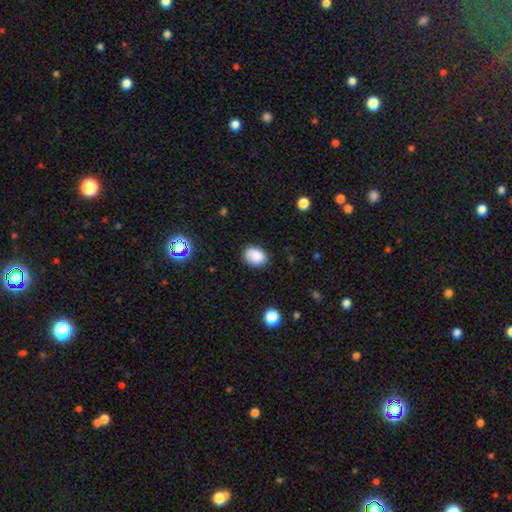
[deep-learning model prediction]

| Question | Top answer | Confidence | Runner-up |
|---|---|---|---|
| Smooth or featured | smooth | 87% | star or artifact (9%) |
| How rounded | in between | 68% | round (31%) |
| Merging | none | 84% | minor disturbance (12%) |